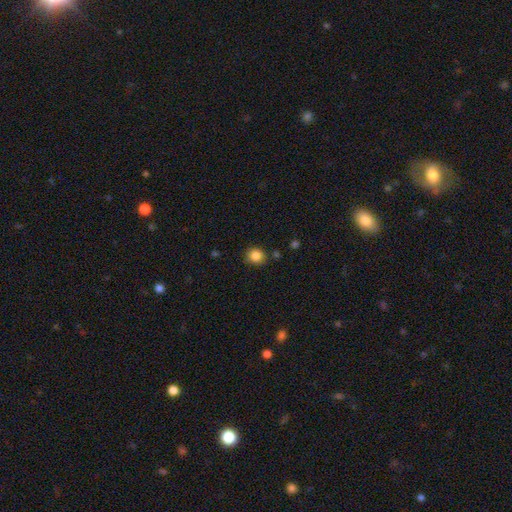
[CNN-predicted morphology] Smooth or featured: smooth — 85% (star or artifact — 11%)
How rounded: round — 85% (in between — 14%)
Merging: none — 84% (minor disturbance — 10%)